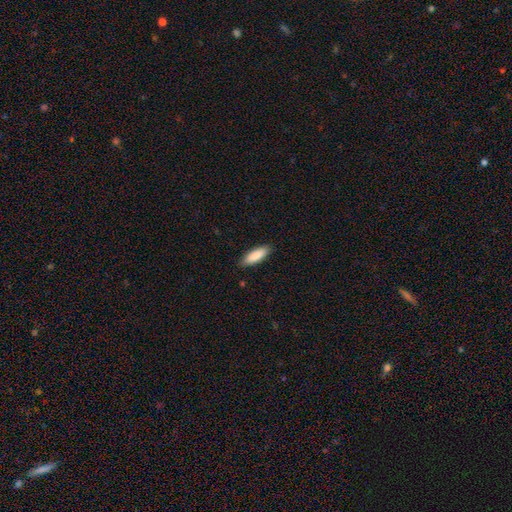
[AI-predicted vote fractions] Smooth or featured: smooth — 87% (featured or disk — 7%)
How rounded: in between — 52% (cigar-shaped — 47%)
Merging: none — 88% (minor disturbance — 9%)